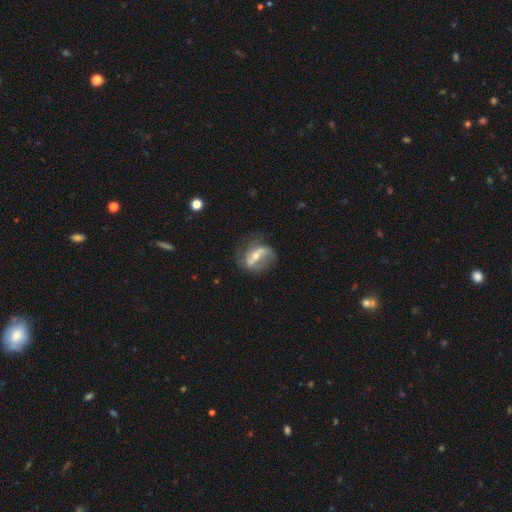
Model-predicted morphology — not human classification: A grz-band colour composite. It shows a featured or disk galaxy (77%) with a strong bar (54%), 2 (71%) loose (54%) spiral arms (81%) and a moderate central bulge (48%). Merging: none (60%).